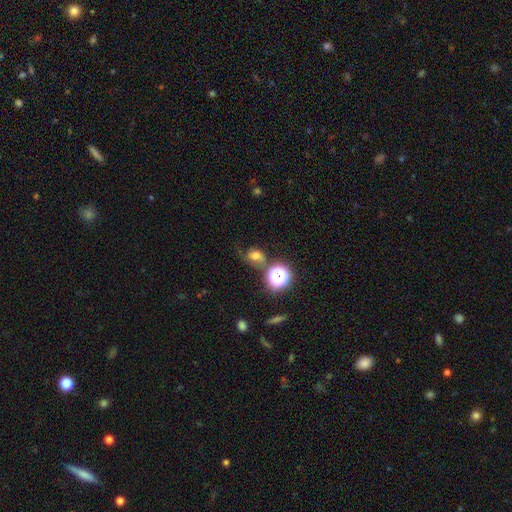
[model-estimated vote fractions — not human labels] Morphology: type=smooth (57%); roundness=round (51%); merging=none (48%).